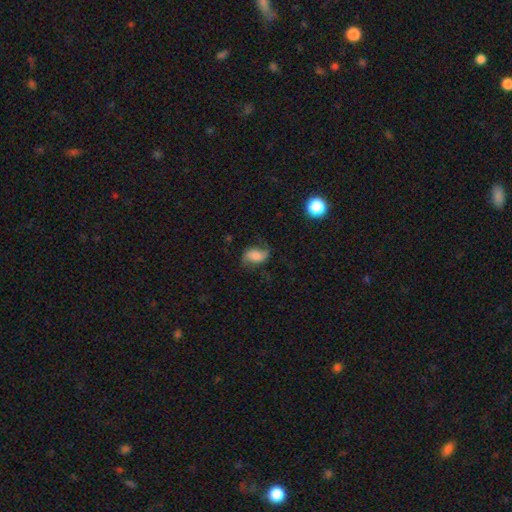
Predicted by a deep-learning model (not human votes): This is possibly a featured or disk galaxy (49%). Merging: likely none (64%).